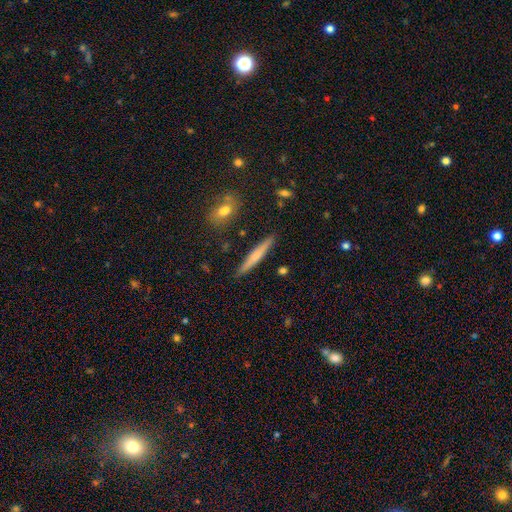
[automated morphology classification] A smooth galaxy with no disk features (48%). Merging: none (89%).